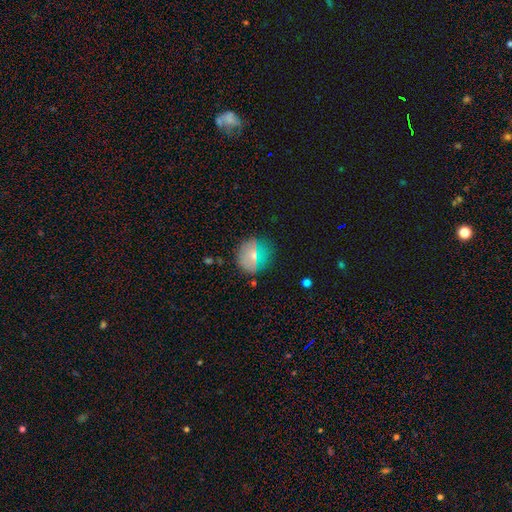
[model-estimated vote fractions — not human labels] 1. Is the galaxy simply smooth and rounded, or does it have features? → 48% smooth, 31% featured or disk, 21% star or artifact.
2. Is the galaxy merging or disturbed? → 78% none, 15% minor disturbance, 5% major disturbance, 2% merger.